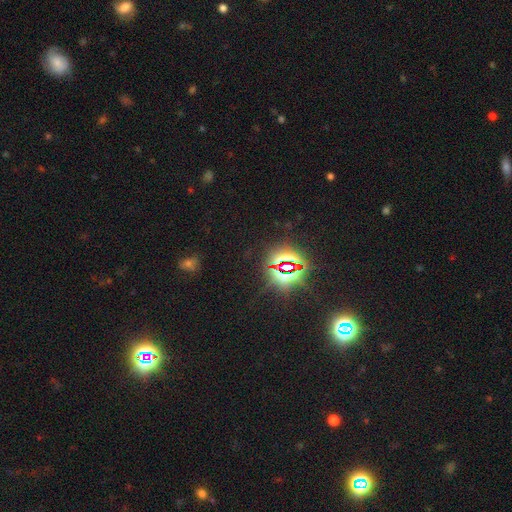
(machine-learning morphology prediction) Smooth or featured?
  - star or artifact: 79% *
  - smooth: 14%
  - featured or disk: 7%